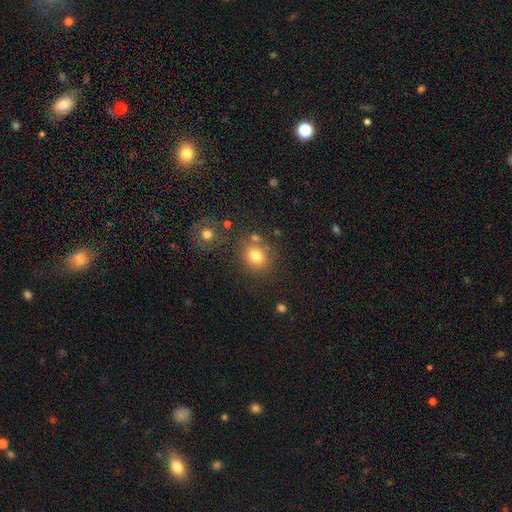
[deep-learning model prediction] This appears to be a smooth galaxy with no disk features (78%) that is round (68%). Merging: none (71%).